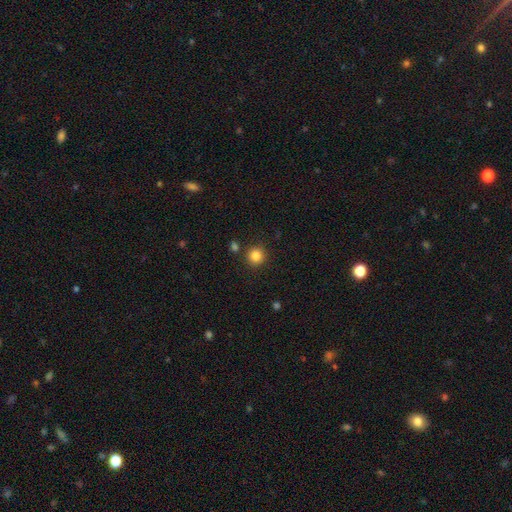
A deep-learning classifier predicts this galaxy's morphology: Smooth or featured? smooth (84%)
How rounded? round (94%)
Merging? none (88%)